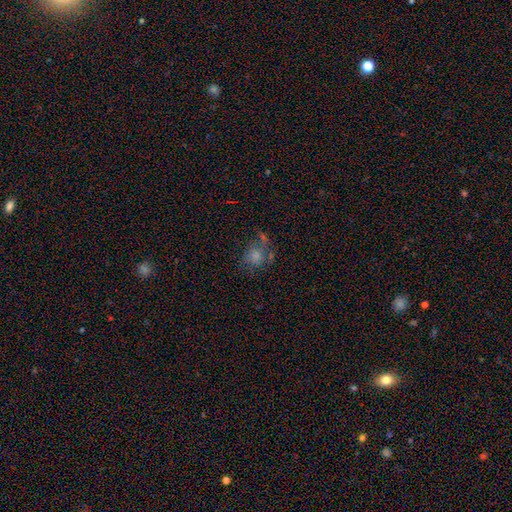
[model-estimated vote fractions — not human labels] smooth 59%, featured or disk 25%, star or artifact 17%. Down the decision tree: how rounded — round (65%); merging — none (40%).